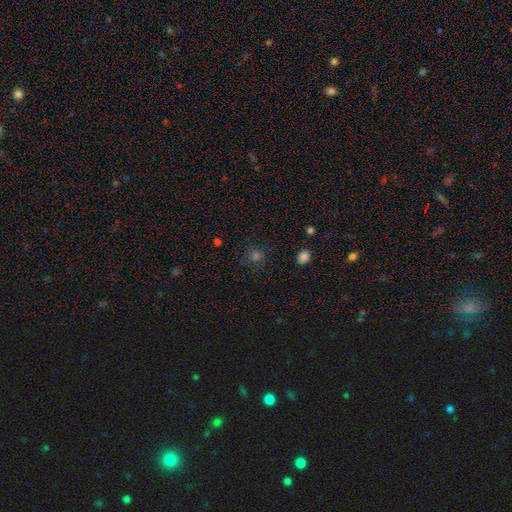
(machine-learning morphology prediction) Smooth or featured?
  - smooth: 54% *
  - star or artifact: 37%
  - featured or disk: 9%
How rounded?
  - round: 85% *
  - in between: 14%
  - cigar-shaped: 1%
Merging?
  - none: 81% *
  - minor disturbance: 12%
  - major disturbance: 5%
  - merger: 2%